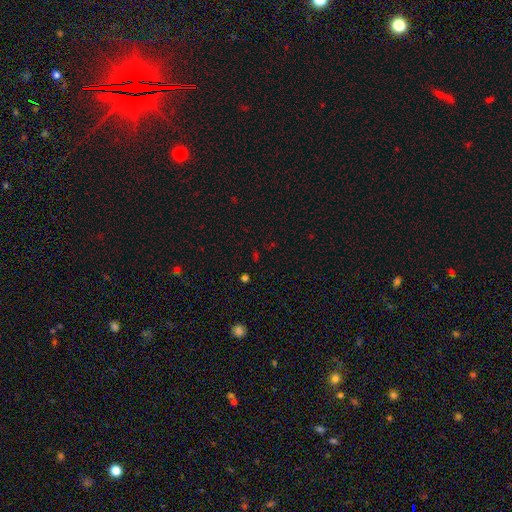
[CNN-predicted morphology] Smooth or featured?
  - star or artifact: 58% *
  - smooth: 35%
  - featured or disk: 8%